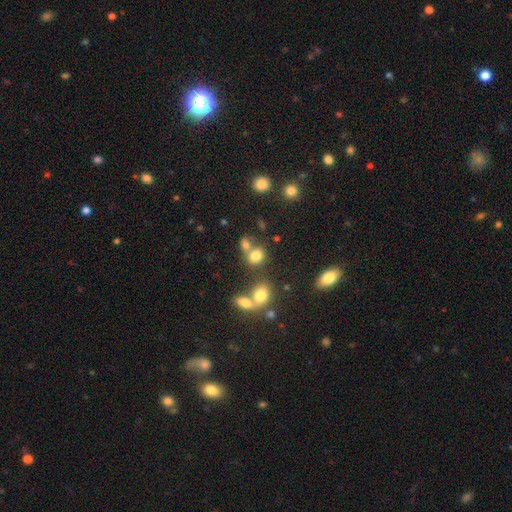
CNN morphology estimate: type=smooth (76%); roundness=round (49%, tied with in between); merging=none (47%).